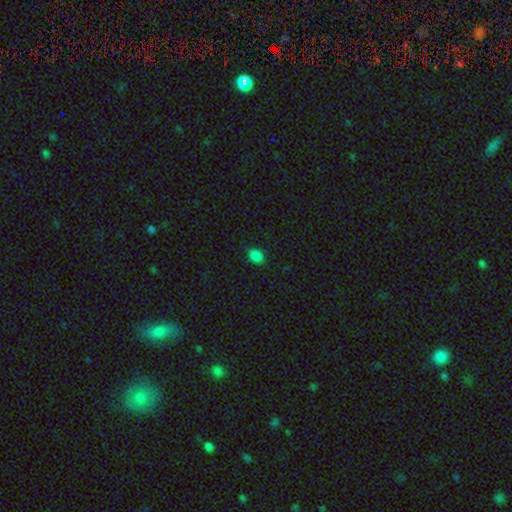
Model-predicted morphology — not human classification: Smooth or featured? Predicted: smooth (p=0.83). How rounded? Predicted: in between (p=0.58). Merging? Predicted: none (p=0.88).